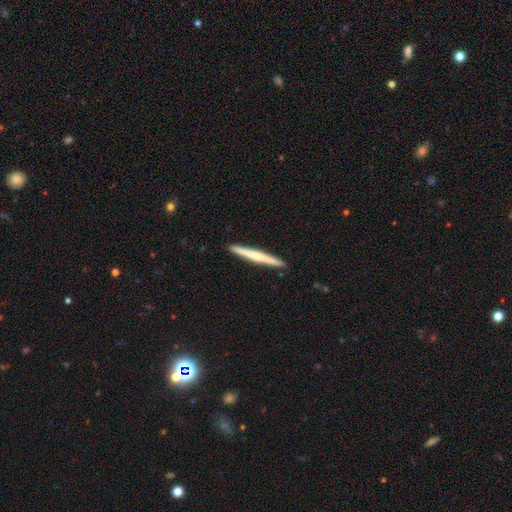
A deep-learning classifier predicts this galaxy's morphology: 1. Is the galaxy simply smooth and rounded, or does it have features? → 52% featured or disk, 43% smooth, 5% star or artifact.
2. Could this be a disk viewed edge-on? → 98% yes, 2% no.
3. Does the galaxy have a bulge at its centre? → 52% none, 39% rounded, 9% boxy.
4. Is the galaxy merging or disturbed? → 93% none, 5% minor disturbance, 1% major disturbance, 1% merger.